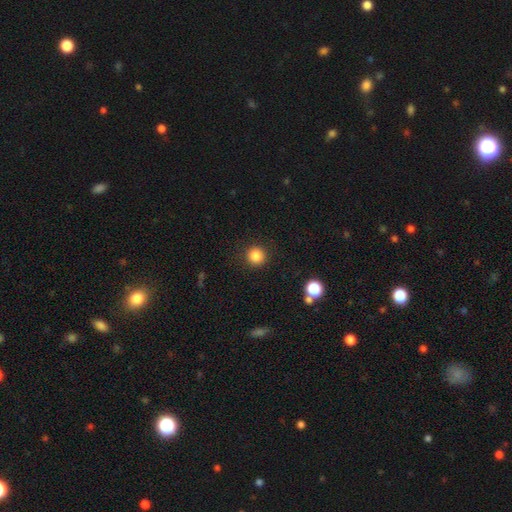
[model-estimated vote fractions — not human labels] A smooth galaxy with no disk features (85%) that is round (94%).

Vote fractions:
- Smooth or featured? smooth: 85% / star or artifact: 11% / featured or disk: 4%
- How rounded? round: 94% / in between: 5% / cigar-shaped: 1%
- Merging? none: 91% / minor disturbance: 6% / major disturbance: 2% / merger: 1%